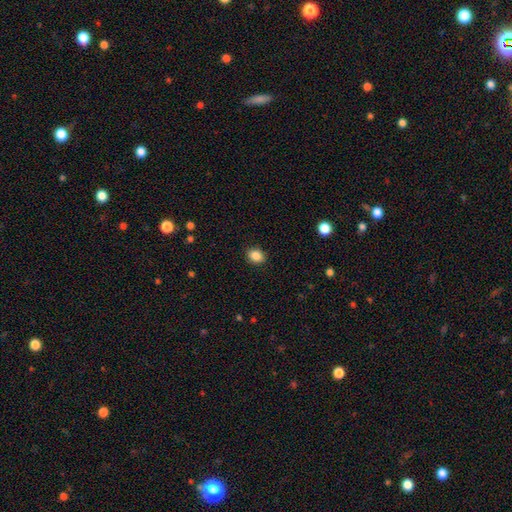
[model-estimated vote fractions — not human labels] smooth_or_featured: smooth (p=0.87) [alt: star or artifact p=0.10]
how_rounded: round (p=0.53) [alt: in between p=0.46]
merging: none (p=0.89) [alt: minor disturbance p=0.07]